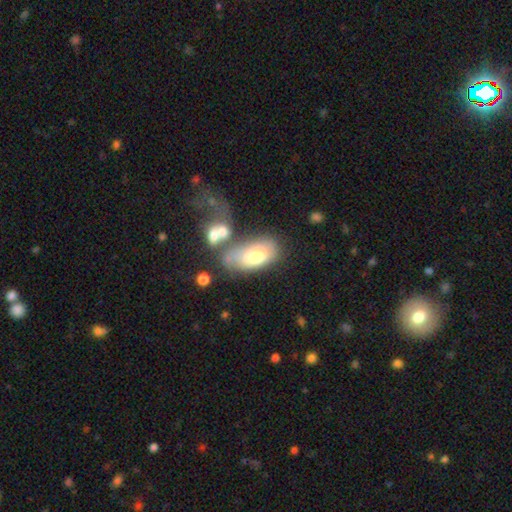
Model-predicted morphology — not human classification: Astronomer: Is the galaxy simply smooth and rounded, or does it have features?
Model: smooth — 65%.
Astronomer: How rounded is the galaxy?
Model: in between — 92%.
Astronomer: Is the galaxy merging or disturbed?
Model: none — 31% (runner-up: merger, 30%).